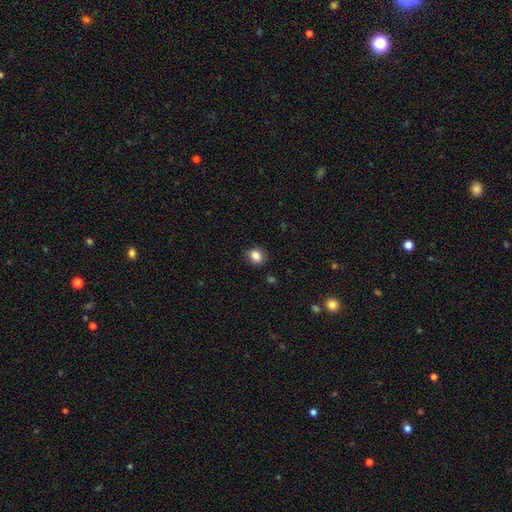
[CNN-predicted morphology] Smooth or featured: smooth — 85% (star or artifact — 10%)
How rounded: in between — 52% (round — 47%)
Merging: none — 84% (minor disturbance — 12%)